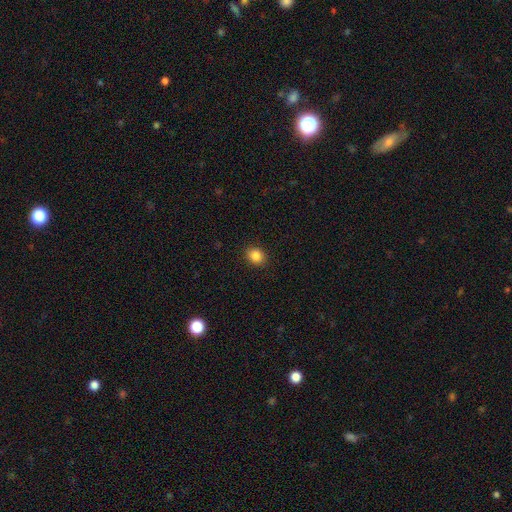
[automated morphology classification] Q: Smooth or featured?
A: smooth (86%); runner-up: star or artifact (10%)
Q: How rounded?
A: round (57%); runner-up: in between (42%)
Q: Merging?
A: none (90%); runner-up: minor disturbance (7%)